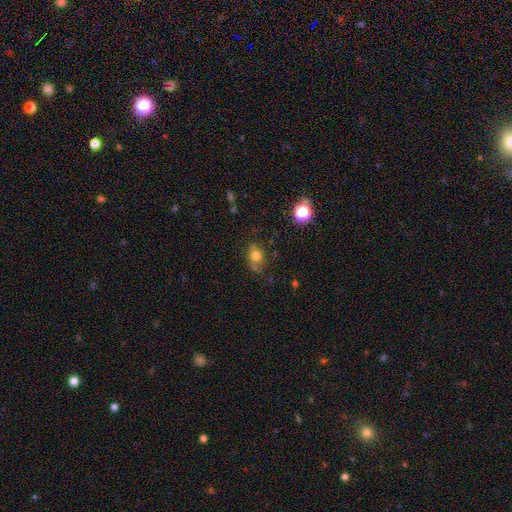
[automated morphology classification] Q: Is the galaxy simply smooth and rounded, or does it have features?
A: smooth — 67%.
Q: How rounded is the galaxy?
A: in between — 51%.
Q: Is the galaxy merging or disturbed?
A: none — 61%.